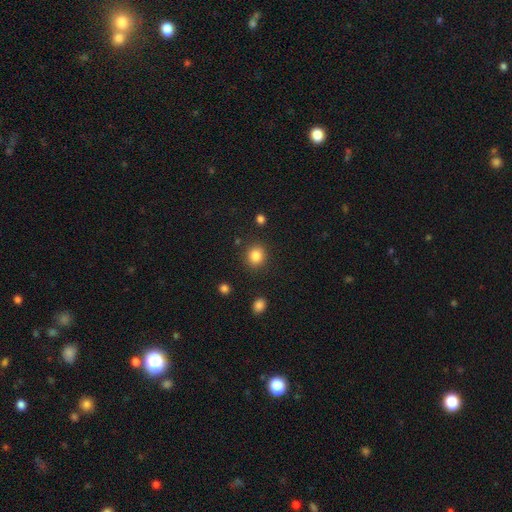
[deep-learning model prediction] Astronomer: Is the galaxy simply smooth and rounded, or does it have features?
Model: smooth — 85%.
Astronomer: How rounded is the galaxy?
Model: round — 83%.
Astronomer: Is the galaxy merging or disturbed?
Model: none — 88%.